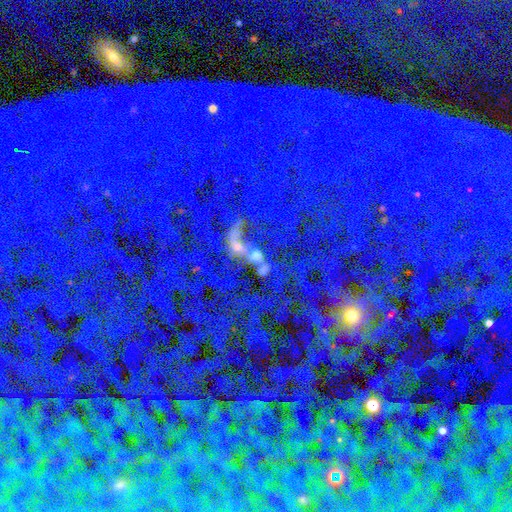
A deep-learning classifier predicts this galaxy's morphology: The model was most divided on "smooth or featured": star or artifact: 65%, smooth: 19%, featured or disk: 16%.